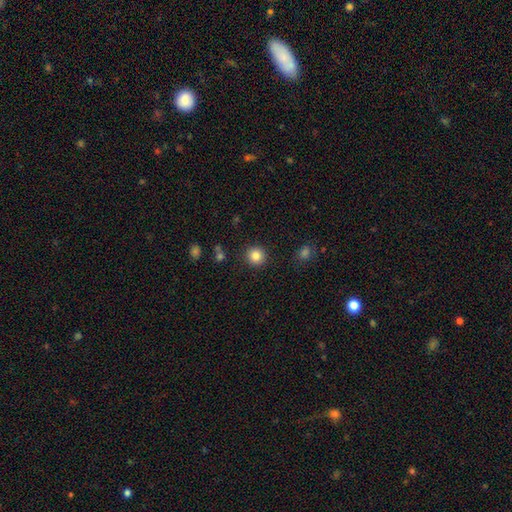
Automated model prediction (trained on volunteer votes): This is clearly a smooth galaxy (84%). How rounded: clearly round (93%). Merging: clearly none (91%).